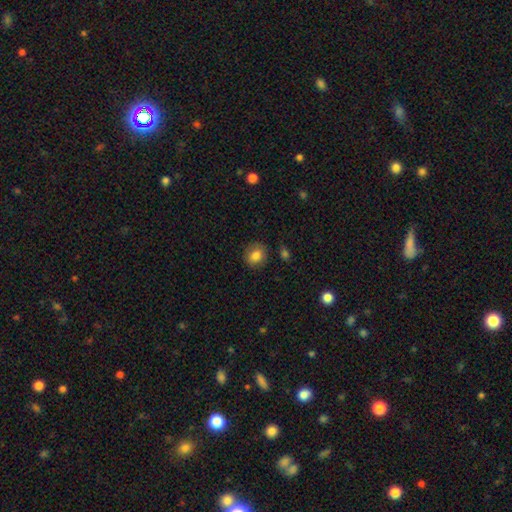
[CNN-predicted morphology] This is clearly a smooth galaxy (83%). How rounded: likely round (73%). Merging: clearly none (87%).